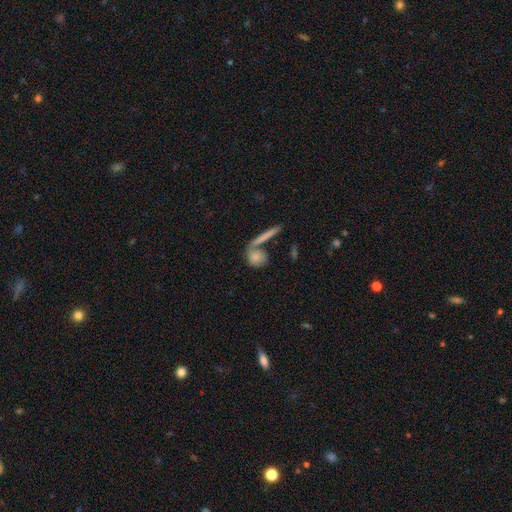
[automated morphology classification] type=smooth (74%); roundness=round (48%); merging=none (52%).